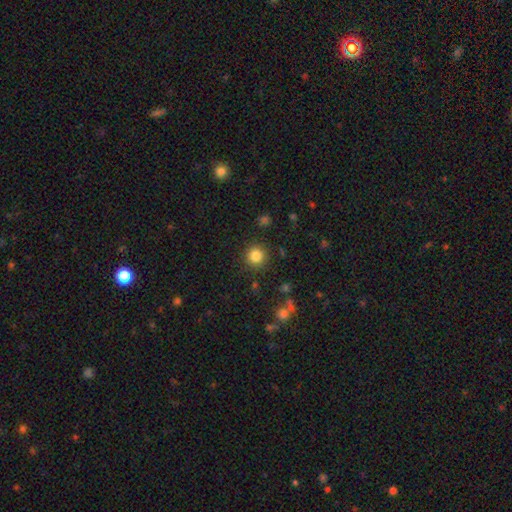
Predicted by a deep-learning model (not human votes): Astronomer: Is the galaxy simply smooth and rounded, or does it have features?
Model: smooth — 84%.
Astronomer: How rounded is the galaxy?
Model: round — 94%.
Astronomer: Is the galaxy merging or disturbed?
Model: none — 89%.